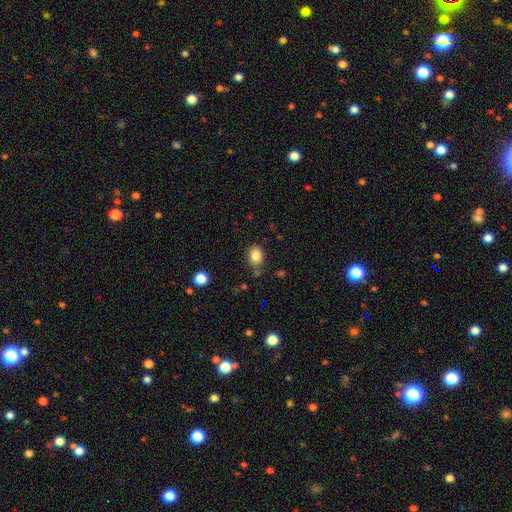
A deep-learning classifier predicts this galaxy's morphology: Overall: smooth (84%). How rounded: round (51%; in between 48%). Merging: none (76%).